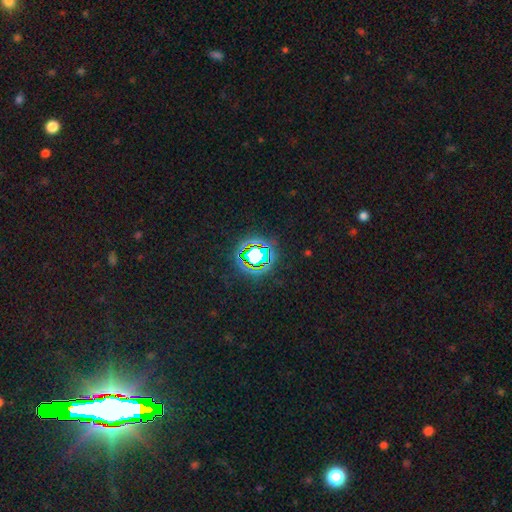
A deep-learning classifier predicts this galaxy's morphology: Smooth or featured?
  - star or artifact: 69% *
  - smooth: 18%
  - featured or disk: 13%